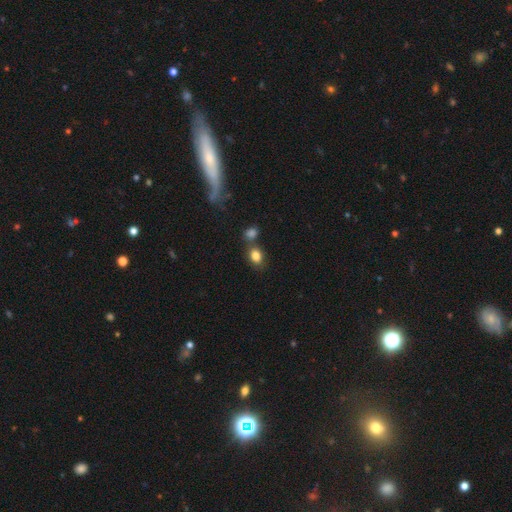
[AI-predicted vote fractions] Q: Smooth or featured?
A: smooth (83%); runner-up: star or artifact (10%)
Q: How rounded?
A: in between (67%); runner-up: round (32%)
Q: Merging?
A: none (59%); runner-up: merger (24%)